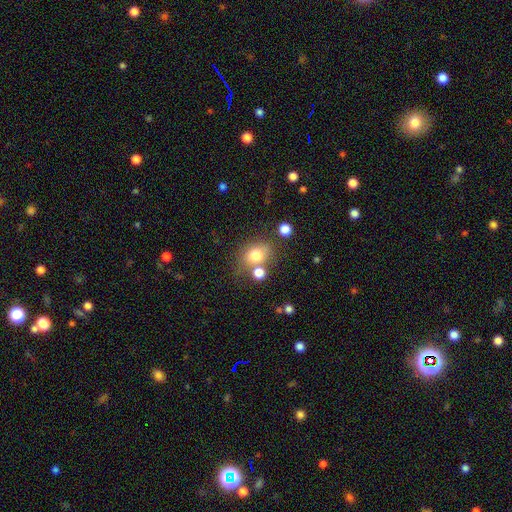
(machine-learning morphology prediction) A smooth galaxy with no disk features (76%) that is round (55%). Merging: none (59%).